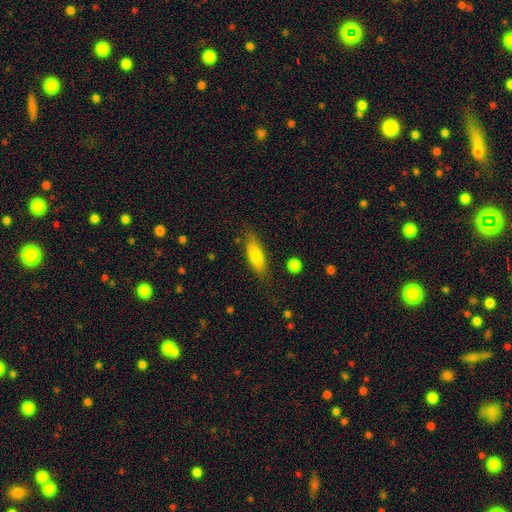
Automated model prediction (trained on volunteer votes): smooth_or_featured: smooth (p=0.78) [alt: featured or disk p=0.15]
how_rounded: in between (p=0.60) [alt: cigar-shaped p=0.38]
merging: none (p=0.77) [alt: minor disturbance p=0.17]